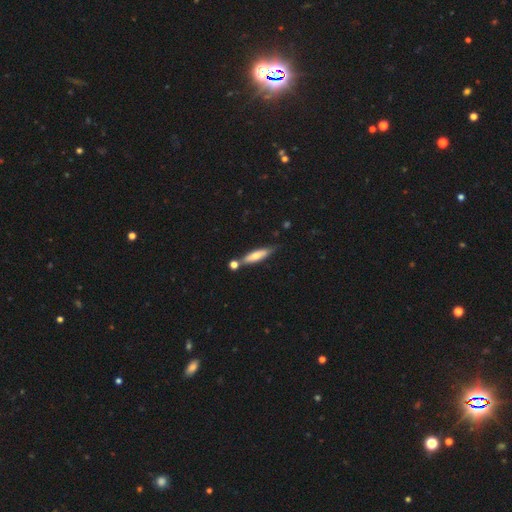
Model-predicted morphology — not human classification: Smooth or featured: smooth — 61% (featured or disk — 33%)
How rounded: cigar-shaped — 75% (in between — 23%)
Merging: none — 65% (minor disturbance — 16%)